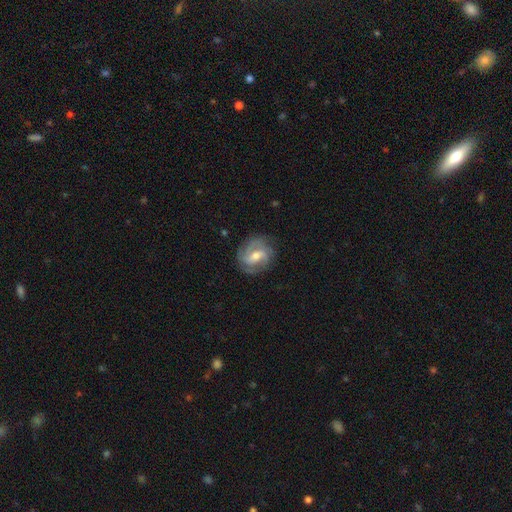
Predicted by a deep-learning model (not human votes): Morphology: type=featured or disk (79%); edge-on=no (97%); bar=weak (50%); spiral arms=yes (93%); winding=medium (43%); arm count=2 (42%); bulge=moderate (62%); merging=none (77%).